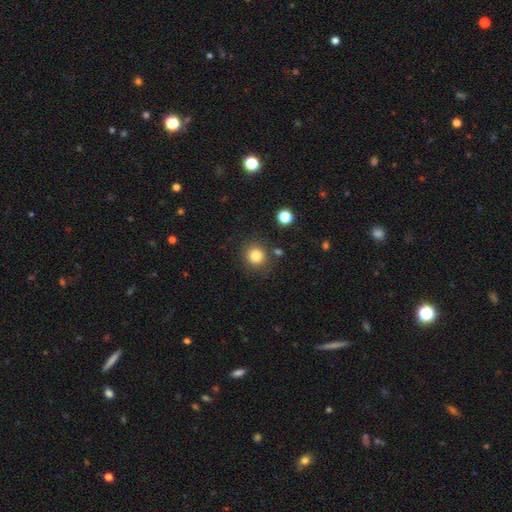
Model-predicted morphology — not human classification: Overall: smooth (83%). How rounded: round (91%). Merging: none (83%).